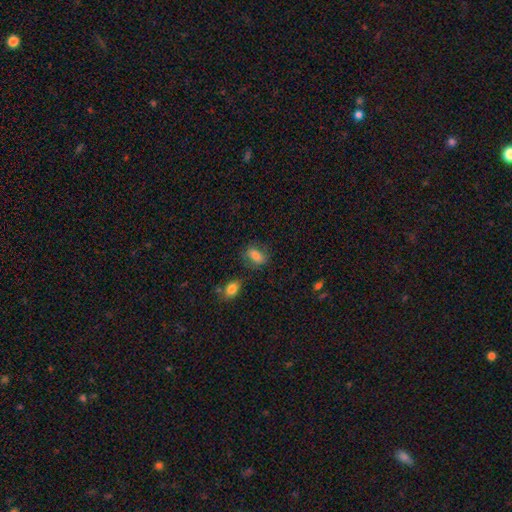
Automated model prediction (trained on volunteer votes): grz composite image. It shows a smooth galaxy with no disk features (79%) that is in between round and cigar-shaped (82%). Merging: none (69%).